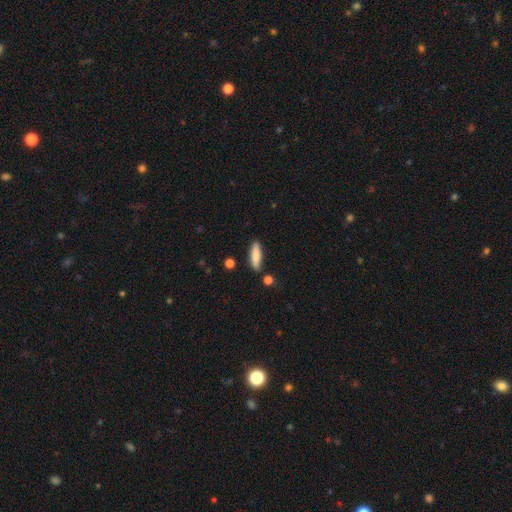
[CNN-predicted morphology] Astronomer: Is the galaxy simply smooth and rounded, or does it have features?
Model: smooth — 82%.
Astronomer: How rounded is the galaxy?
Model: cigar-shaped — 60% (runner-up: in between, 38%).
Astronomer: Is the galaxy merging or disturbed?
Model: none — 82%.